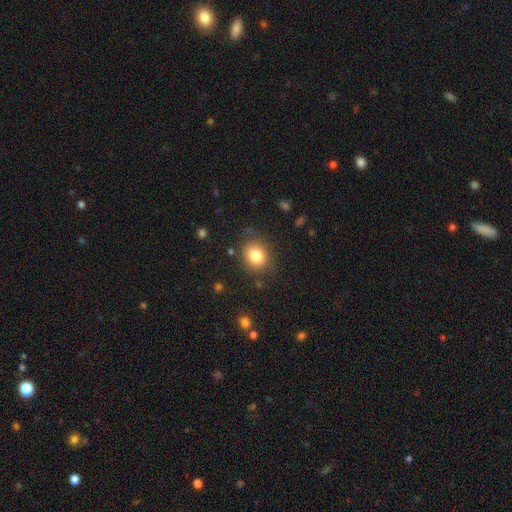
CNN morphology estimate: This appears to be a smooth galaxy with no disk features (81%) that is round (60%). Merging: none (80%).